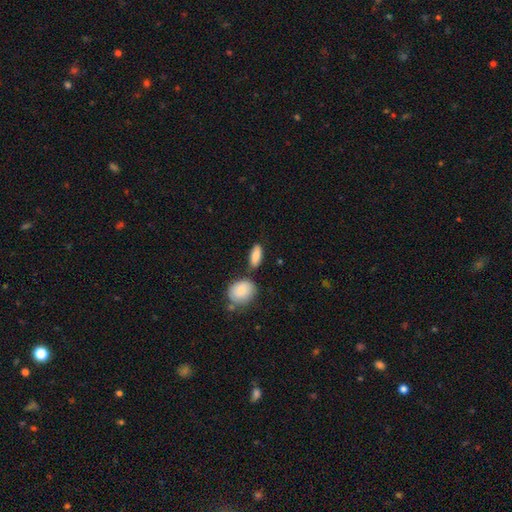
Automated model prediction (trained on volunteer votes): The model was most divided on "merging": none: 71%, minor disturbance: 14%, merger: 11%, major disturbance: 4%. More confident: smooth or featured — smooth (85%); how rounded — in between (80%).